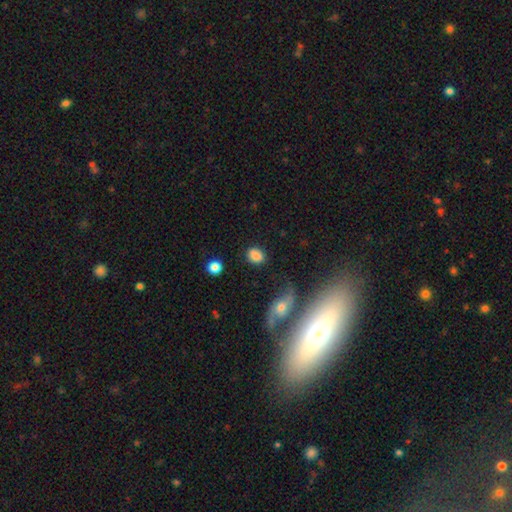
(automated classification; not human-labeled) This is clearly a smooth galaxy (81%). How rounded: likely in between (64%). Merging: likely none (78%).